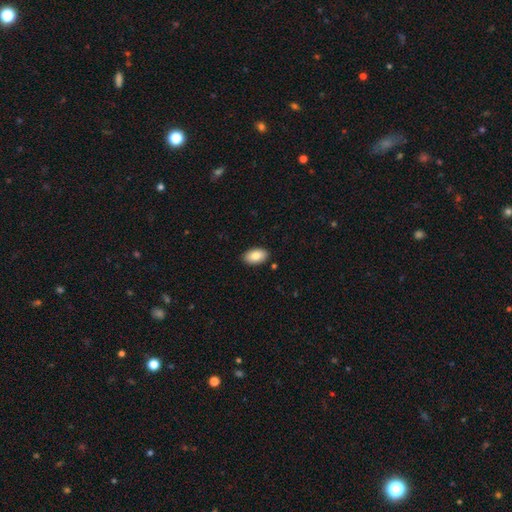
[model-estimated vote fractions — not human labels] Smooth or featured?
  - smooth: 84% *
  - featured or disk: 9%
  - star or artifact: 7%
How rounded?
  - in between: 94% *
  - round: 4%
  - cigar-shaped: 1%
Merging?
  - none: 89% *
  - minor disturbance: 8%
  - major disturbance: 2%
  - merger: 1%